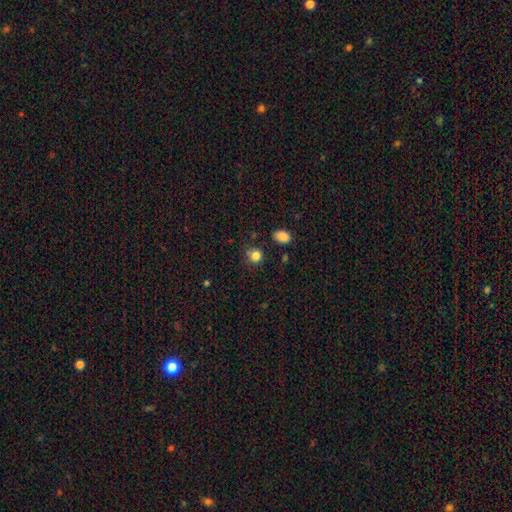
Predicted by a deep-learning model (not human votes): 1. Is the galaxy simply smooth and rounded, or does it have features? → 82% smooth, 12% star or artifact, 5% featured or disk.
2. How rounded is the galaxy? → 83% round, 16% in between, 1% cigar-shaped.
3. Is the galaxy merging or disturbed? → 75% none, 16% minor disturbance, 5% merger, 4% major disturbance.